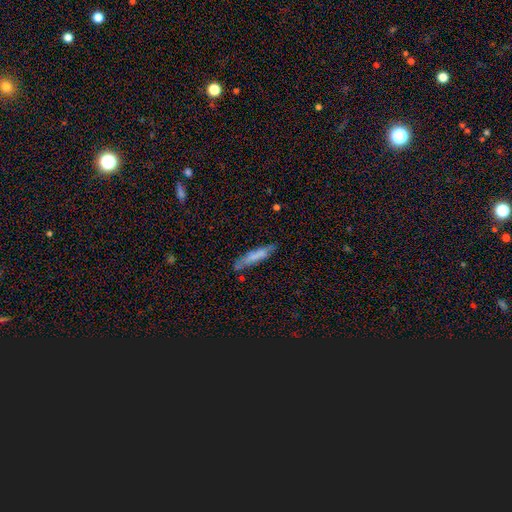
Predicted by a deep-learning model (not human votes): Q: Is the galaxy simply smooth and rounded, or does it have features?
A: smooth — 67%.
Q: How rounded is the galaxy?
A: cigar-shaped — 85%.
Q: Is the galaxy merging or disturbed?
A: none — 68%.